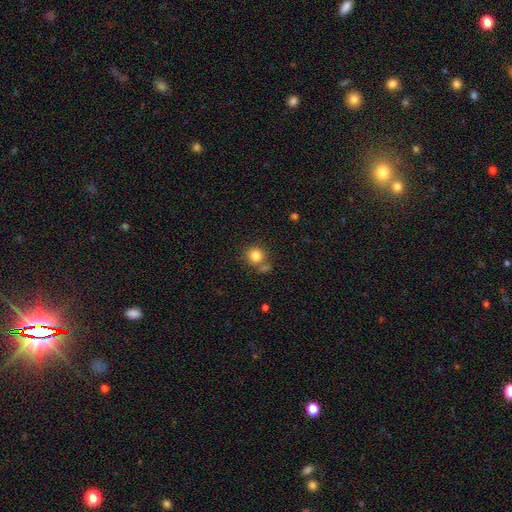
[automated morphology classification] This is clearly a smooth galaxy (83%). How rounded: clearly round (90%). Merging: likely none (68%).